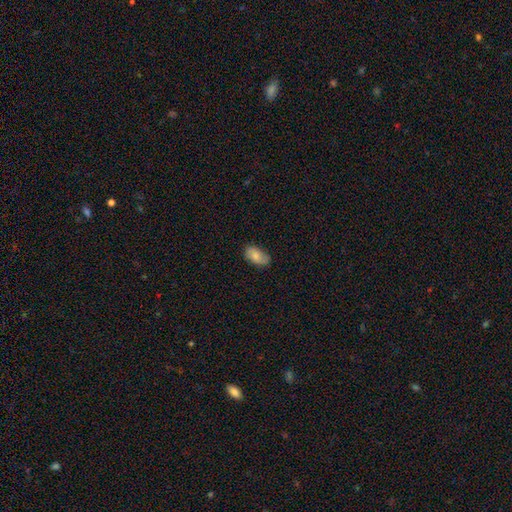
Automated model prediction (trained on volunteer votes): Overall: smooth (75%). How rounded: in between (93%). Merging: none (77%).